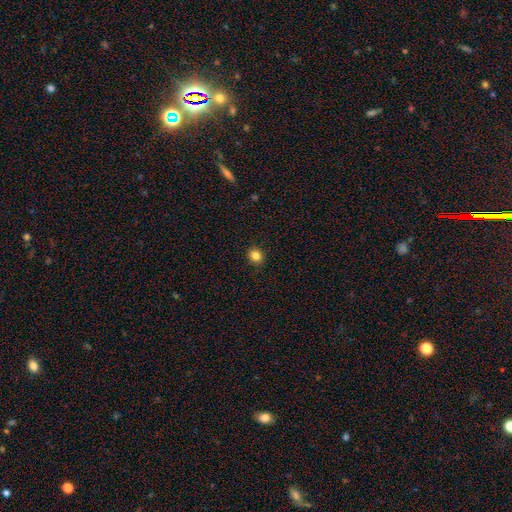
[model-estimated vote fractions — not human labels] Smooth or featured? smooth (84%)
How rounded? round (72%)
Merging? none (91%)